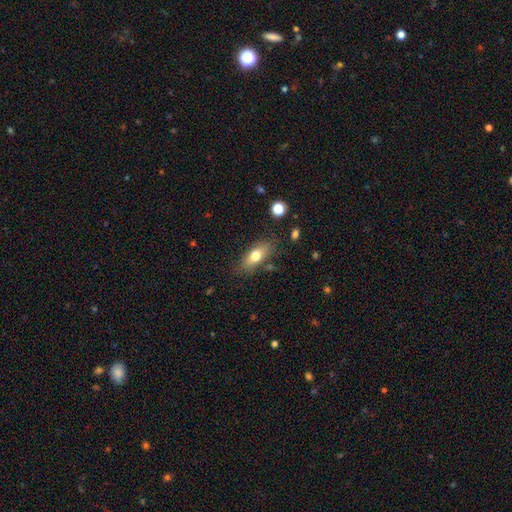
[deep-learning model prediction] A smooth galaxy with no disk features (72%) that is in between round and cigar-shaped (77%).

Vote fractions:
- Smooth or featured? smooth: 72% / featured or disk: 20% / star or artifact: 8%
- How rounded? in between: 77% / cigar-shaped: 18% / round: 6%
- Merging? none: 78% / minor disturbance: 15% / major disturbance: 4% / merger: 3%